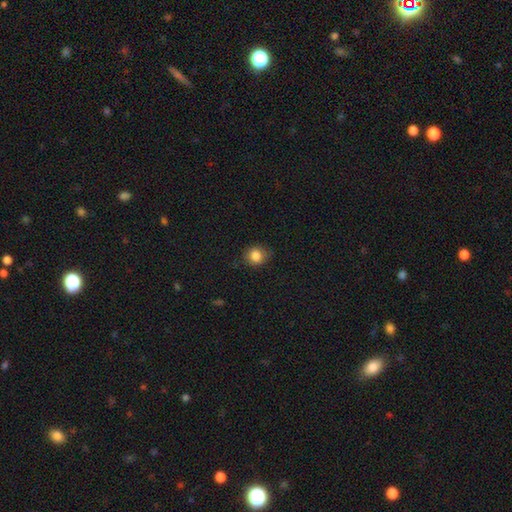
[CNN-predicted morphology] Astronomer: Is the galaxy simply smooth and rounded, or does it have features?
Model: smooth — 84%.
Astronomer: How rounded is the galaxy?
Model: round — 78%.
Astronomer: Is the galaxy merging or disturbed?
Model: none — 79%.